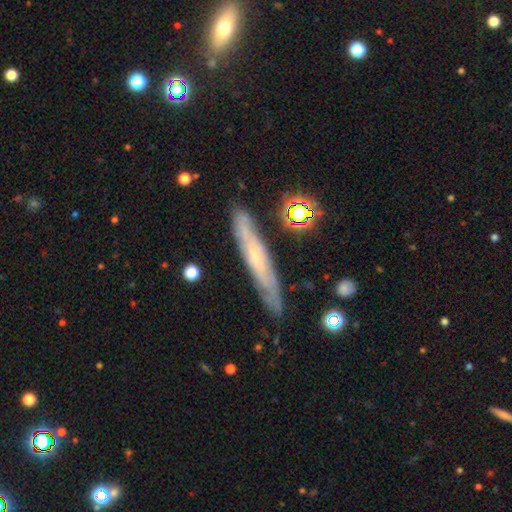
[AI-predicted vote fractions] Smooth or featured?
  - featured or disk: 60% *
  - smooth: 31%
  - star or artifact: 9%
Edge-on disk?
  - yes: 70% *
  - no: 30%
Merging?
  - none: 81% *
  - minor disturbance: 14%
  - major disturbance: 3%
  - merger: 2%